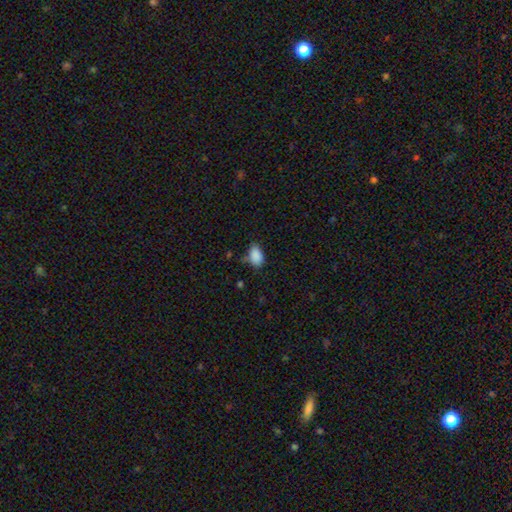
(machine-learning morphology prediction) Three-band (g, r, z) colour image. It shows a smooth galaxy with no disk features (88%) that is in between round and cigar-shaped (90%). Merging: none (65%).